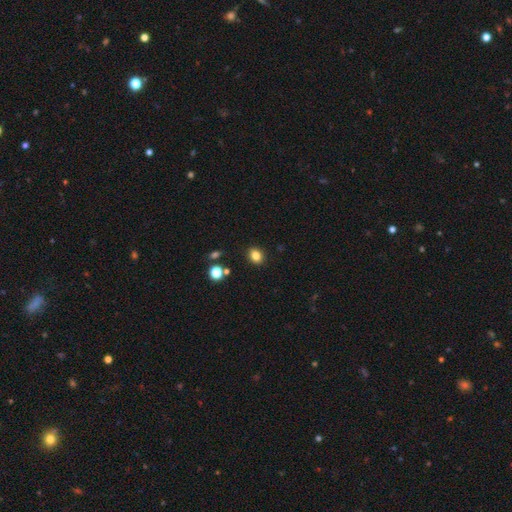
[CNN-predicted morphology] Smooth or featured? Predicted: smooth (p=0.82). How rounded? Predicted: in between (p=0.51). Merging? Predicted: none (p=0.88).